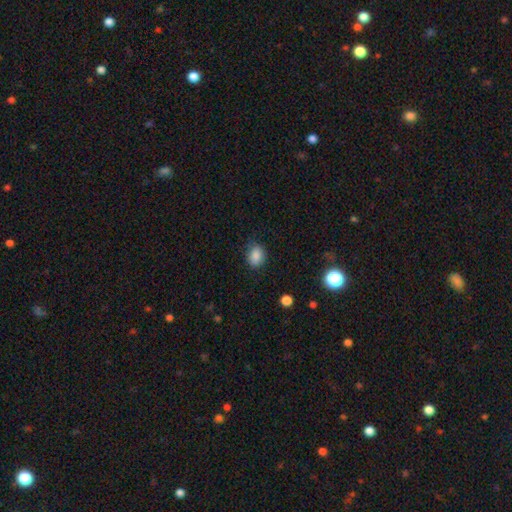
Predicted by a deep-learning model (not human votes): Q: Smooth or featured?
A: smooth (85%); runner-up: star or artifact (10%)
Q: How rounded?
A: in between (60%); runner-up: round (39%)
Q: Merging?
A: none (78%); runner-up: minor disturbance (17%)